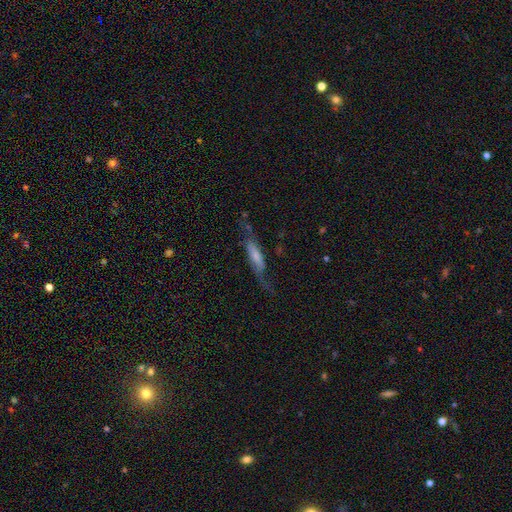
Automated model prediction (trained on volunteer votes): featured or disk 57%, smooth 36%, star or artifact 7%. Down the decision tree: edge-on disk — no (54%); merging — none (53%).